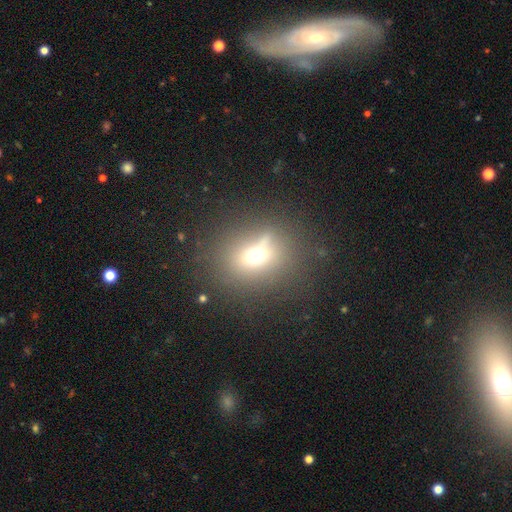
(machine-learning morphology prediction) smooth 58%, featured or disk 21%, star or artifact 21%. Down the decision tree: how rounded — round (65%); merging — none (68%).